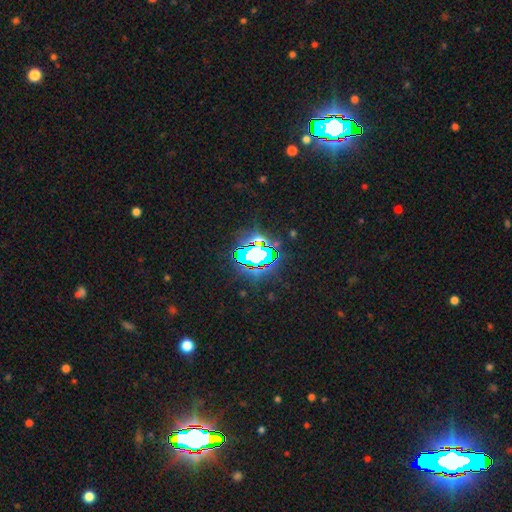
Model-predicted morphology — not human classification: Smooth or featured?
  - star or artifact: 71% *
  - smooth: 16%
  - featured or disk: 14%